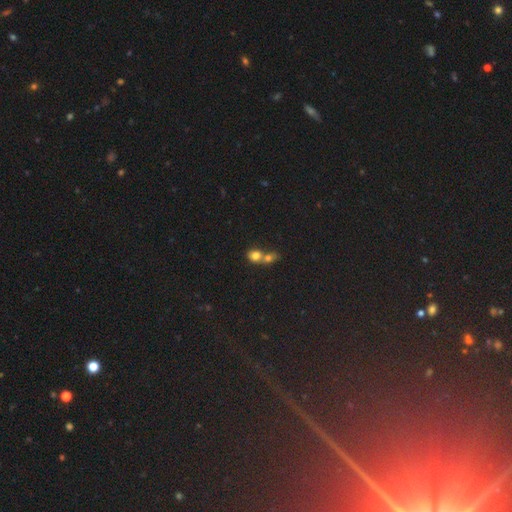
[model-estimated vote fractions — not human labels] smooth 75%, featured or disk 13%, star or artifact 12%. Down the decision tree: how rounded — round (64%); merging — merger (69%).